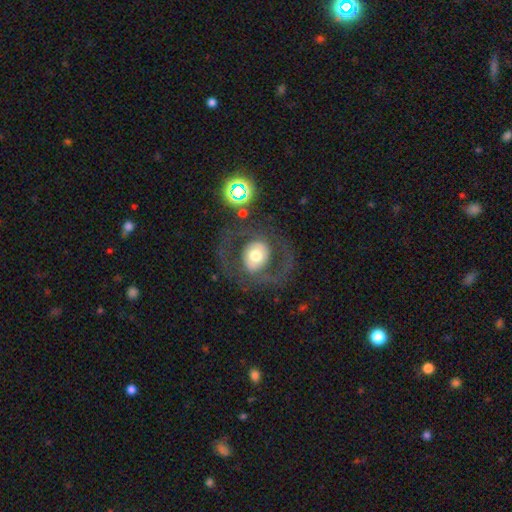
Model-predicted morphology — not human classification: smooth-or-featured: featured or disk: 57% | smooth: 34% | star or artifact: 9%
  disk-edge-on: no: 95% | yes: 5%
    bar: no: 69% | weak: 20% | strong: 11%
    has-spiral-arms: no: 59% | yes: 41%
    bulge-size: moderate: 51% | large: 33% | small: 7% | dominant: 7% | none: 1%
  merging: none: 68% | major disturbance: 18% | minor disturbance: 11% | merger: 2%